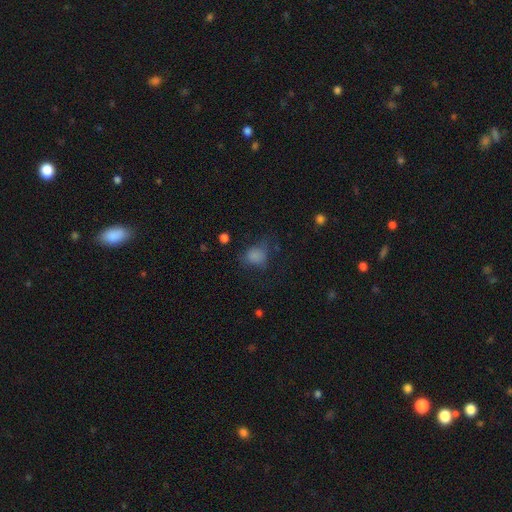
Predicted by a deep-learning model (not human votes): A smooth galaxy with no disk features (76%) that is in between round and cigar-shaped (50%). Merging: none (44%).